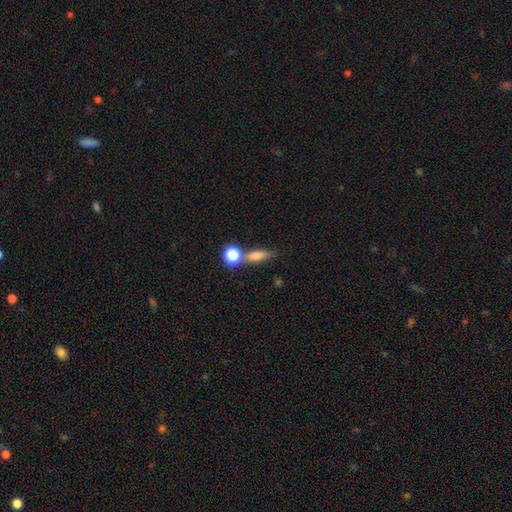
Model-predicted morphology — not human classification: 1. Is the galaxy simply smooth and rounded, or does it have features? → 71% smooth, 16% featured or disk, 13% star or artifact.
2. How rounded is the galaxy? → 44% in between, 39% cigar-shaped, 18% round.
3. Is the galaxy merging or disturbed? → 58% none, 23% merger, 13% minor disturbance, 6% major disturbance.